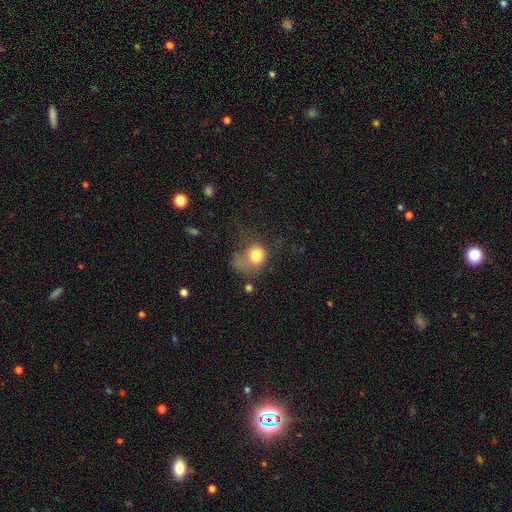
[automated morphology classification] A smooth galaxy with no disk features (75%) that is round (60%).

Vote fractions:
- Smooth or featured? smooth: 75% / featured or disk: 15% / star or artifact: 10%
- How rounded? round: 60% / in between: 39% / cigar-shaped: 1%
- Merging? major disturbance: 47% / minor disturbance: 23% / none: 22% / merger: 7%